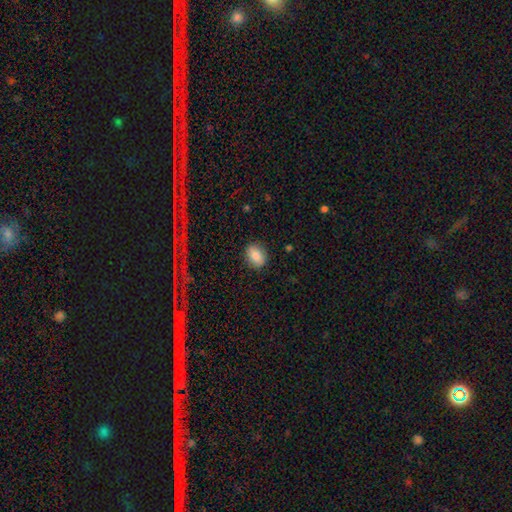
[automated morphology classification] Smooth or featured: smooth — 84% (featured or disk — 8%)
How rounded: in between — 62% (round — 37%)
Merging: none — 87% (minor disturbance — 9%)